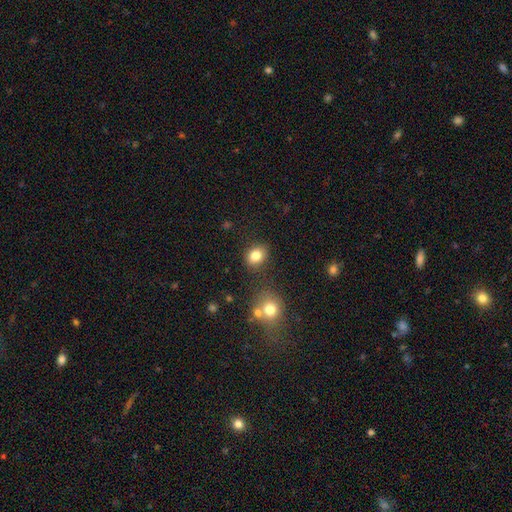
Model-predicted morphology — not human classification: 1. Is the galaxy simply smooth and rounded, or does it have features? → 82% smooth, 11% star or artifact, 7% featured or disk.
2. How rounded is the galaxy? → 50% round, 49% in between, 1% cigar-shaped.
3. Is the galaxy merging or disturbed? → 81% none, 10% minor disturbance, 5% merger, 3% major disturbance.